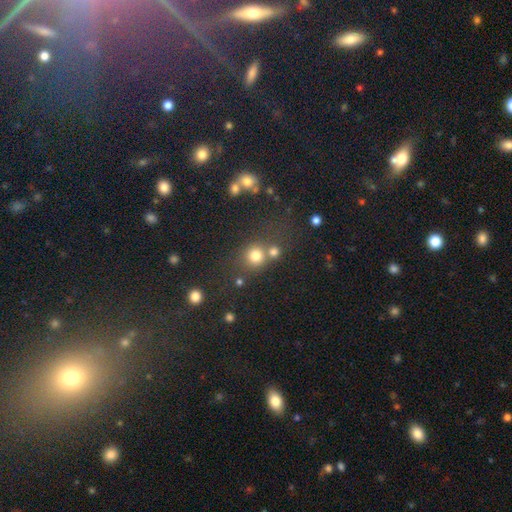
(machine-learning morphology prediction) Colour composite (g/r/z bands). It shows a smooth galaxy with no disk features (76%) that is round (86%). Merging: none (56%).